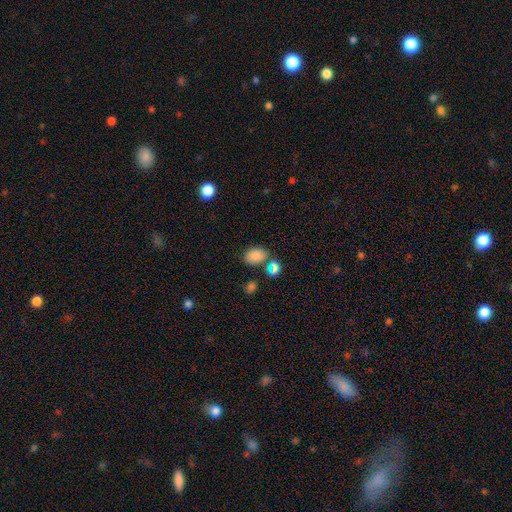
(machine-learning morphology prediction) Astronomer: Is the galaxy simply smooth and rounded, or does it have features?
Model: smooth — 82%.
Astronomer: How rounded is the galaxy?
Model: in between — 80%.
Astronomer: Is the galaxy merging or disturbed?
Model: none — 65%.